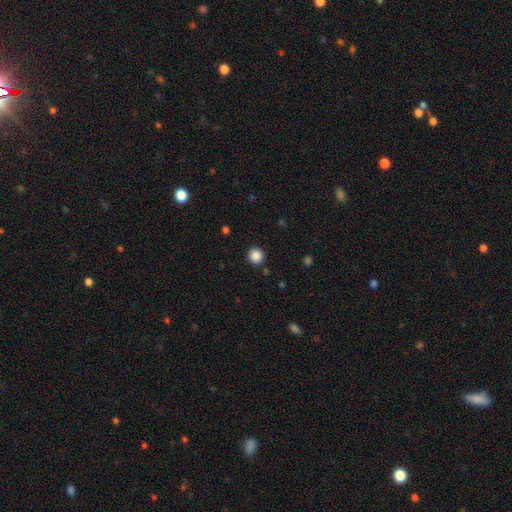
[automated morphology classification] Overall: smooth (86%). How rounded: round (94%). Merging: none (91%).